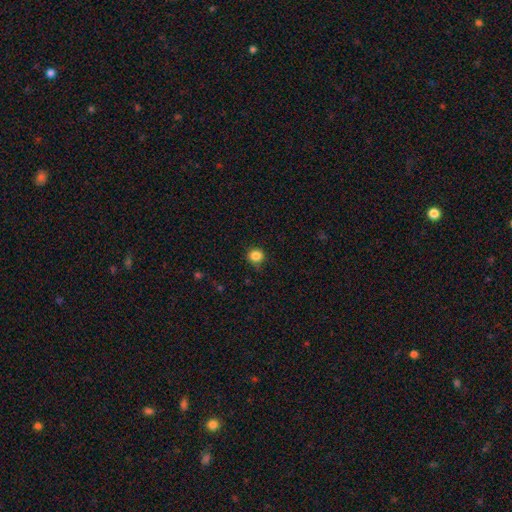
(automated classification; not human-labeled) This appears to be a smooth galaxy with no disk features (85%) that is round (83%). Merging: none (78%).